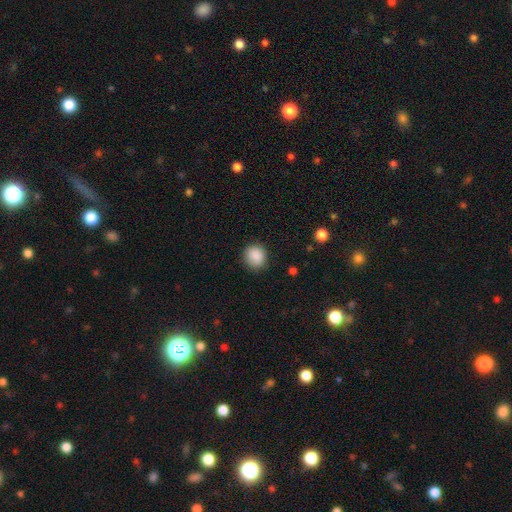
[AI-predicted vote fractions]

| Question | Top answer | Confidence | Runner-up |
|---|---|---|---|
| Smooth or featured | smooth | 88% | star or artifact (8%) |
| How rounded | round | 81% | in between (18%) |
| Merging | none | 85% | minor disturbance (11%) |